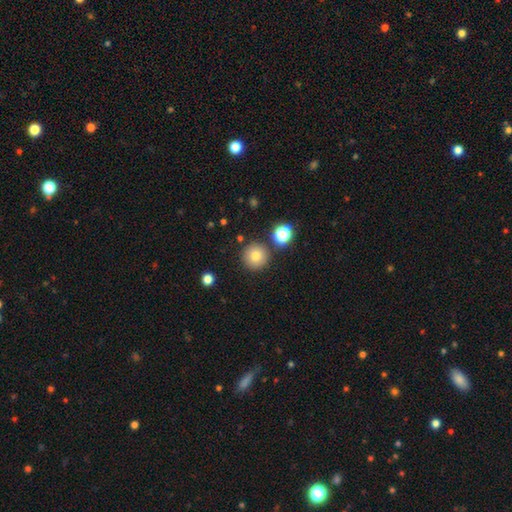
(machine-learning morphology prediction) Smooth or featured?
  - smooth: 78% *
  - star or artifact: 12%
  - featured or disk: 9%
How rounded?
  - round: 96% *
  - in between: 3%
  - cigar-shaped: 1%
Merging?
  - none: 85% *
  - minor disturbance: 7%
  - merger: 6%
  - major disturbance: 2%